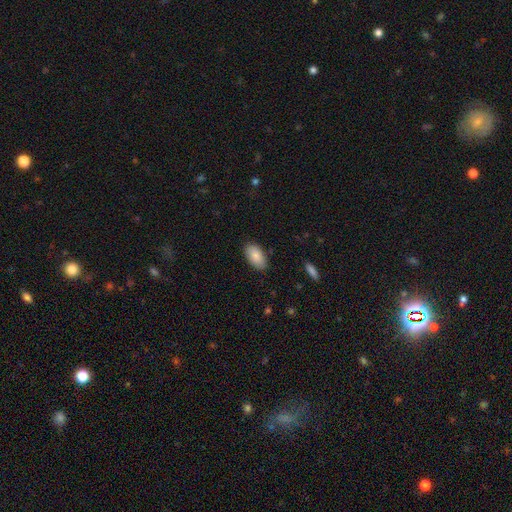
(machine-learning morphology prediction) type=smooth (87%); roundness=in between (95%); merging=none (86%).